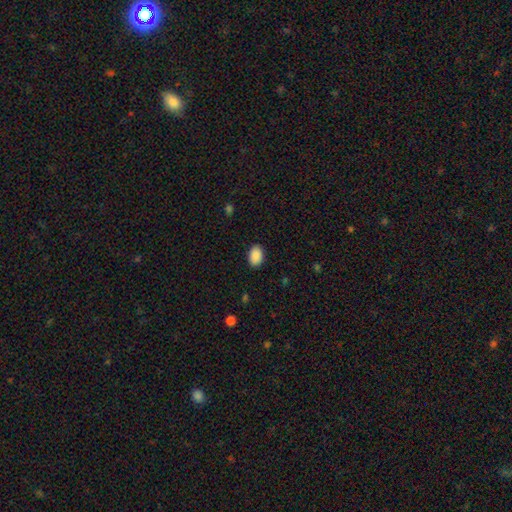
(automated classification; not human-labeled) A smooth galaxy with no disk features (90%) that is in between round and cigar-shaped (84%).

Vote fractions:
- Smooth or featured? smooth: 90% / star or artifact: 7% / featured or disk: 3%
- How rounded? in between: 84% / round: 15% / cigar-shaped: 1%
- Merging? none: 87% / minor disturbance: 9% / major disturbance: 2% / merger: 1%